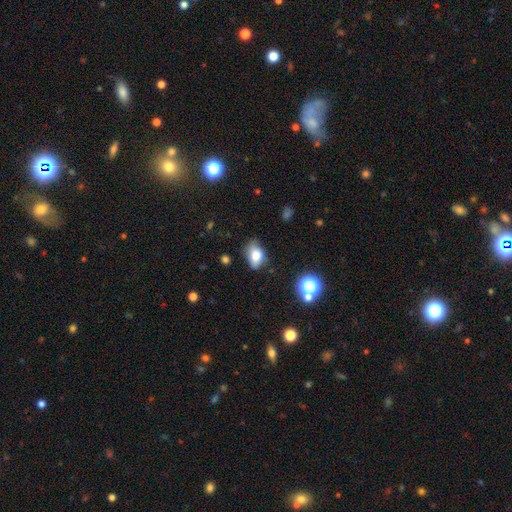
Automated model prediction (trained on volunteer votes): This appears to be a smooth galaxy with no disk features (74%) that is in between round and cigar-shaped (84%). Merging: none (59%).